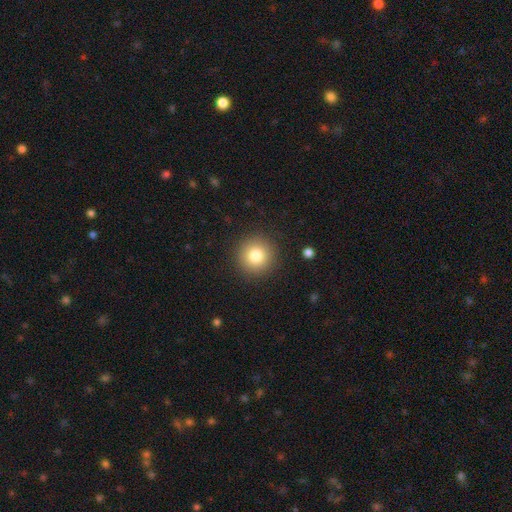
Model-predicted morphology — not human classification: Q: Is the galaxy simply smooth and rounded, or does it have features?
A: smooth — 82%.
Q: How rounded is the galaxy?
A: round — 95%.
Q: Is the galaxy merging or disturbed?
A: none — 91%.